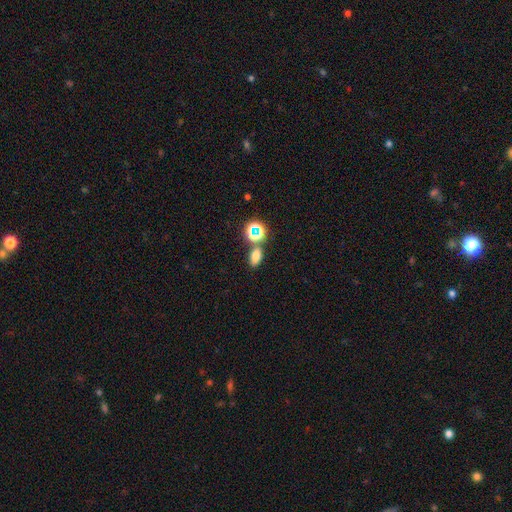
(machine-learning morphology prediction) Smooth or featured: smooth — 68% (star or artifact — 22%)
How rounded: in between — 83% (round — 14%)
Merging: none — 72% (merger — 14%)